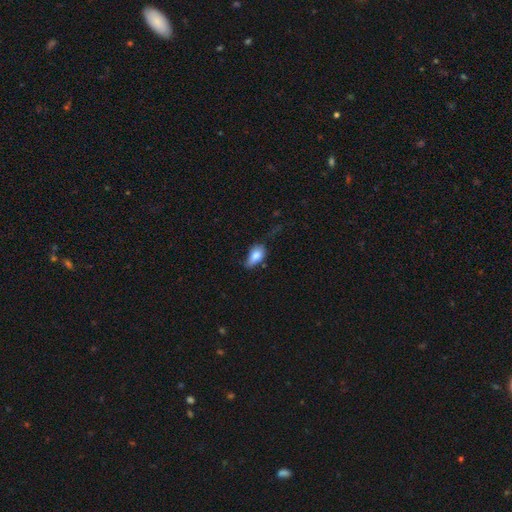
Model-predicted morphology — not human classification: The model was most divided on "merging" (2-way tie): minor disturbance: 40%, none: 40%, major disturbance: 16%, merger: 3%. More confident: how rounded — in between (90%); smooth or featured — smooth (80%).